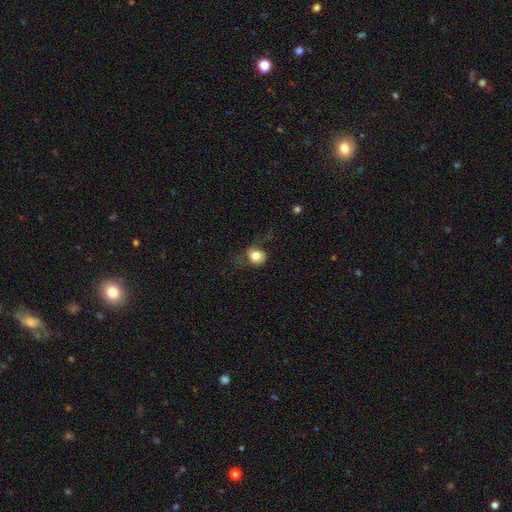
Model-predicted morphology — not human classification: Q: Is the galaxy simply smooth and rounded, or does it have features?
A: smooth — 76%.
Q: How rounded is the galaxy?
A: round — 64%.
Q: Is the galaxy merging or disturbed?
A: none — 43%.